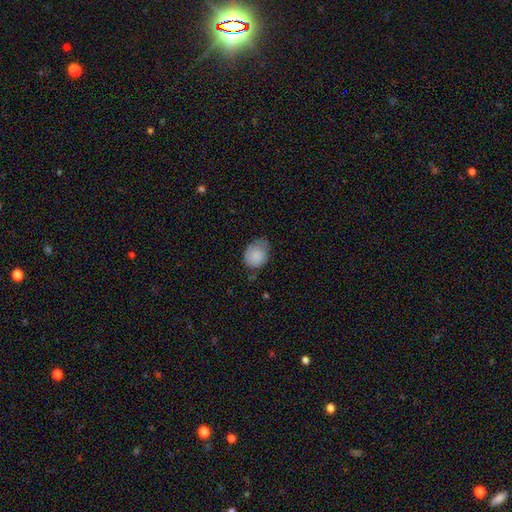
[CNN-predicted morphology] A smooth galaxy with no disk features (85%) that is in between round and cigar-shaped (54%).

Vote fractions:
- Smooth or featured? smooth: 85% / featured or disk: 7% / star or artifact: 7%
- How rounded? in between: 54% / round: 45% / cigar-shaped: 1%
- Merging? none: 46% / minor disturbance: 41% / major disturbance: 11% / merger: 2%